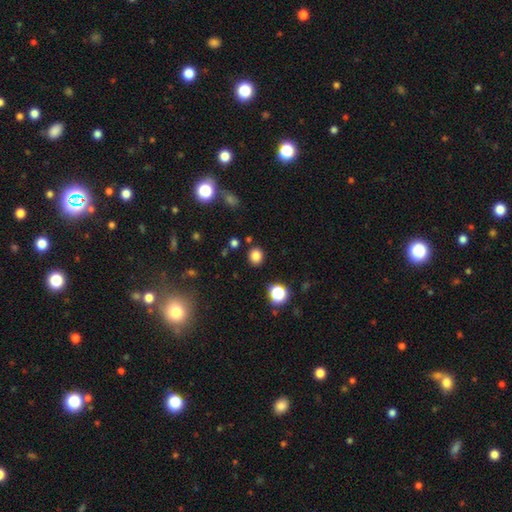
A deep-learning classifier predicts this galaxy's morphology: type=smooth (82%); roundness=round (75%); merging=none (87%).